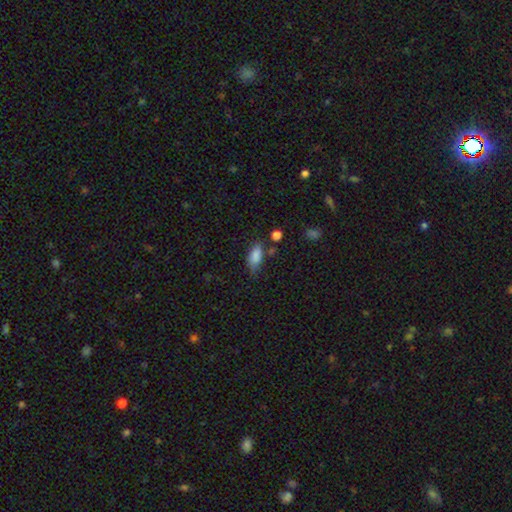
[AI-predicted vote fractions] Overall: smooth (84%). How rounded: in between (84%). Merging: none (57%; minor disturbance 29%).